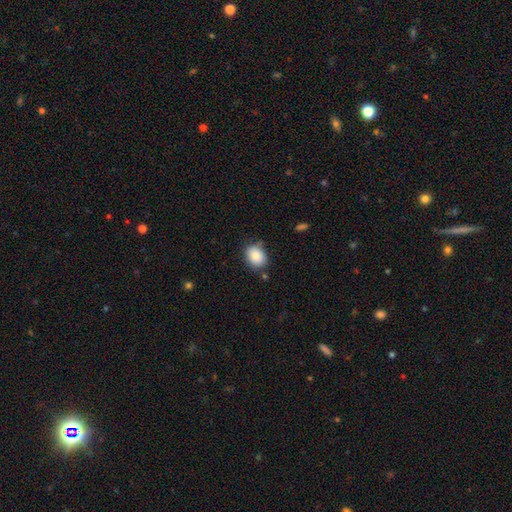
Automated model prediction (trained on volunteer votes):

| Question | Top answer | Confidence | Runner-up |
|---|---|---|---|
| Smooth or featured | smooth | 86% | star or artifact (8%) |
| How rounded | in between | 57% | round (42%) |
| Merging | none | 74% | minor disturbance (18%) |